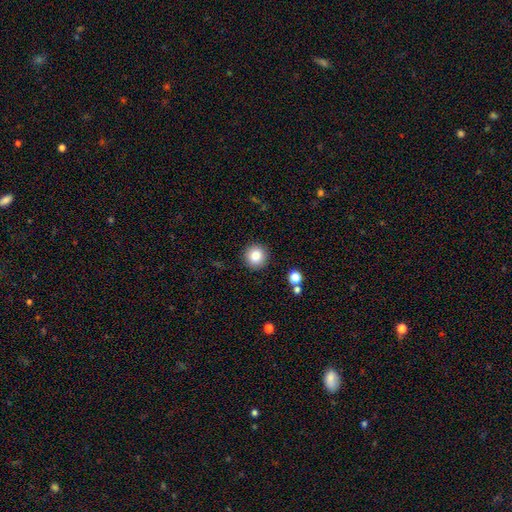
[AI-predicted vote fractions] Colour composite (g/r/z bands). It shows a smooth galaxy with no disk features (83%) that is round (95%). Merging: none (91%).